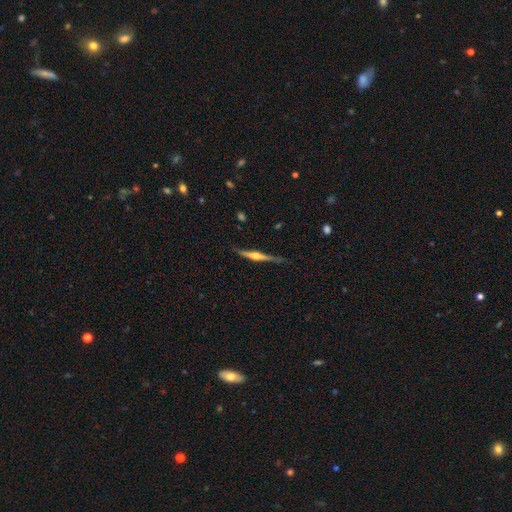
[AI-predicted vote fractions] Smooth or featured? Predicted: featured or disk (p=0.76). Edge-on disk? Predicted: yes (p=0.98). Edge-on bulge? Predicted: rounded (p=0.90). Merging? Predicted: none (p=0.77).